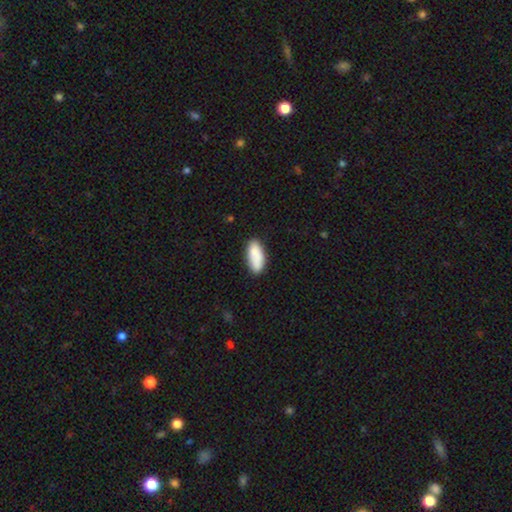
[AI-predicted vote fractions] A smooth galaxy with no disk features (86%) that is in between round and cigar-shaped (84%). Merging: none (79%).